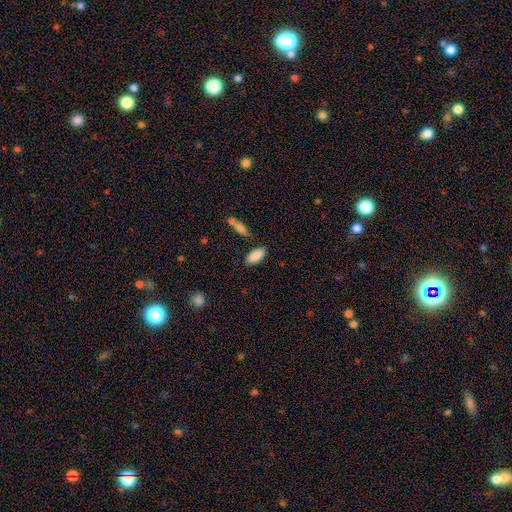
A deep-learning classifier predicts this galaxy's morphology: Smooth or featured? smooth (88%)
How rounded? in between (90%)
Merging? none (80%)